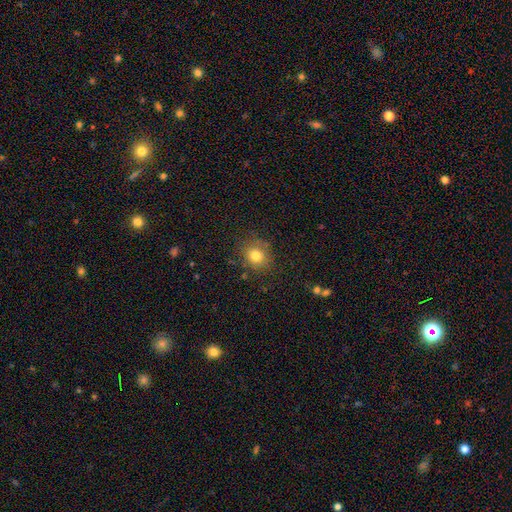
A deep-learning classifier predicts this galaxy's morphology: Smooth or featured?
  - smooth: 78% *
  - star or artifact: 13%
  - featured or disk: 9%
How rounded?
  - round: 75% *
  - in between: 24%
  - cigar-shaped: 1%
Merging?
  - none: 82% *
  - minor disturbance: 12%
  - major disturbance: 4%
  - merger: 2%